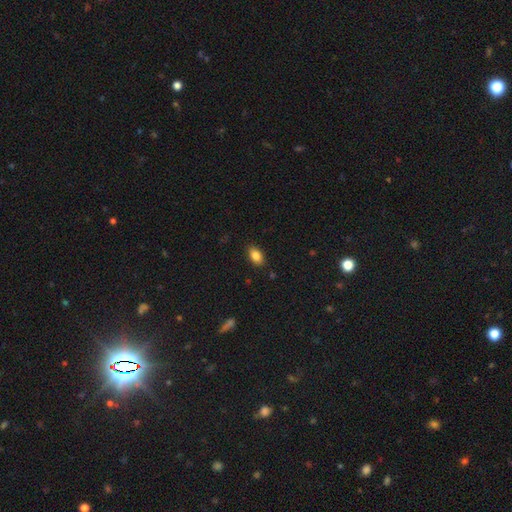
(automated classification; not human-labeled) Smooth or featured? Predicted: smooth (p=0.86). How rounded? Predicted: in between (p=0.89). Merging? Predicted: none (p=0.87).